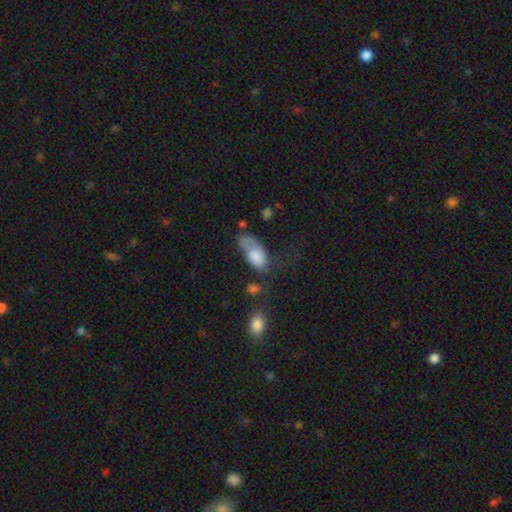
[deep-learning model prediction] Smooth or featured? smooth (77%)
How rounded? in between (90%)
Merging? major disturbance (34%)